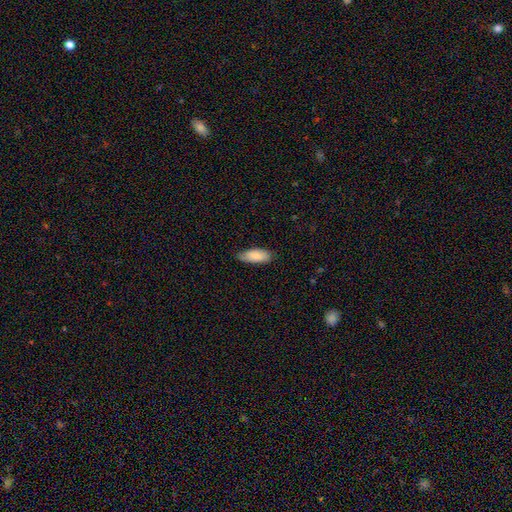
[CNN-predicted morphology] Smooth or featured: smooth — 83% (featured or disk — 11%)
How rounded: in between — 80% (cigar-shaped — 19%)
Merging: none — 74% (minor disturbance — 22%)